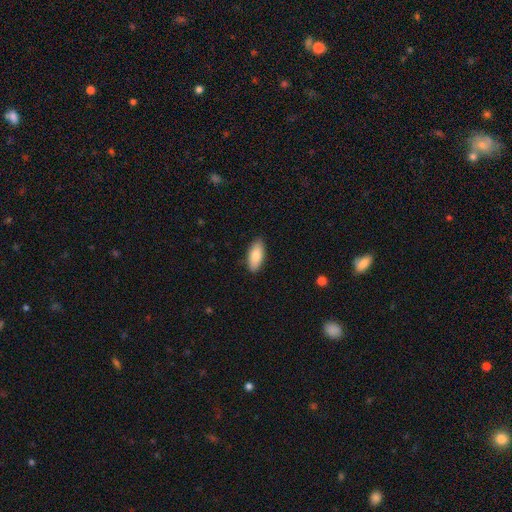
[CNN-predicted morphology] Overall: smooth (84%). How rounded: in between (86%). Merging: none (87%).